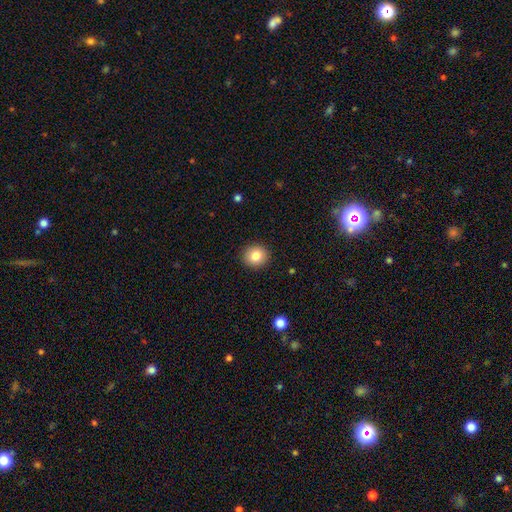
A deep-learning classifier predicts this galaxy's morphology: smooth-or-featured: smooth: 83% | star or artifact: 10% | featured or disk: 8%
  how-rounded: round: 89% | in between: 10% | cigar-shaped: 1%
  merging: none: 92% | minor disturbance: 5% | major disturbance: 2% | merger: 1%